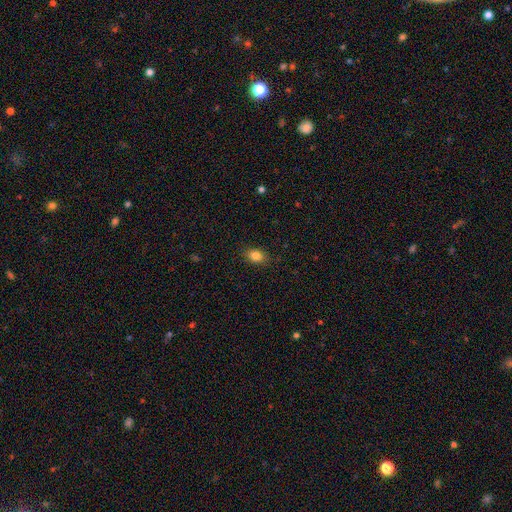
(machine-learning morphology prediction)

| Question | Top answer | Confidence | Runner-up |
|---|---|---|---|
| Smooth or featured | smooth | 84% | star or artifact (10%) |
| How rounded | in between | 72% | round (26%) |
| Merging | none | 86% | minor disturbance (11%) |